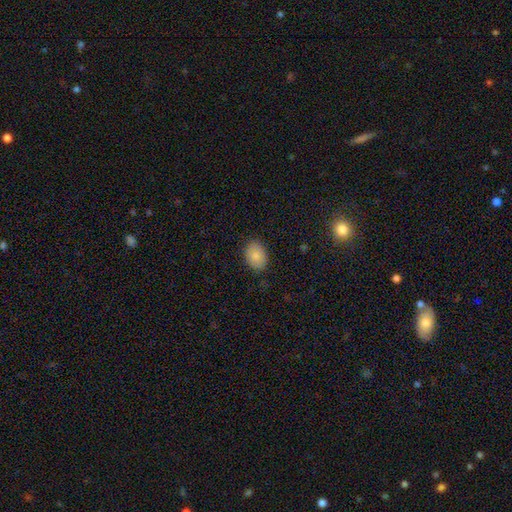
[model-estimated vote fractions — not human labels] smooth_or_featured: smooth (p=0.85) [alt: star or artifact p=0.07]
how_rounded: in between (p=0.79) [alt: round p=0.20]
merging: none (p=0.86) [alt: minor disturbance p=0.10]